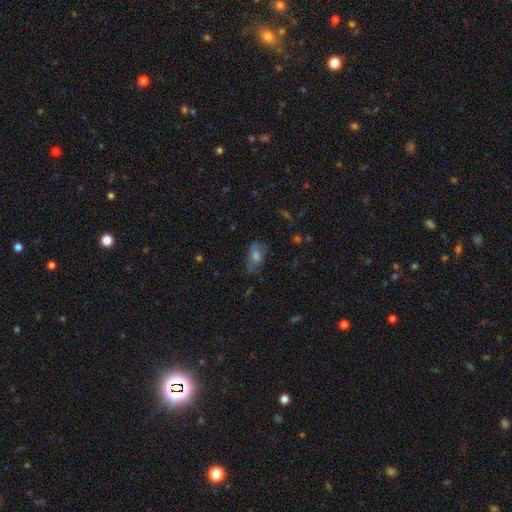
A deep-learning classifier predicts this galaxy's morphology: This appears to be a smooth galaxy with no disk features (53%) that is in between round and cigar-shaped (82%). Merging: none (63%).